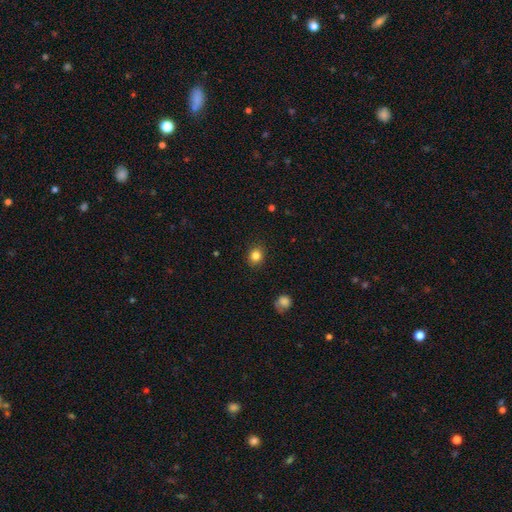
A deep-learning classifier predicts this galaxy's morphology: Smooth or featured? smooth (84%)
How rounded? round (76%)
Merging? none (90%)